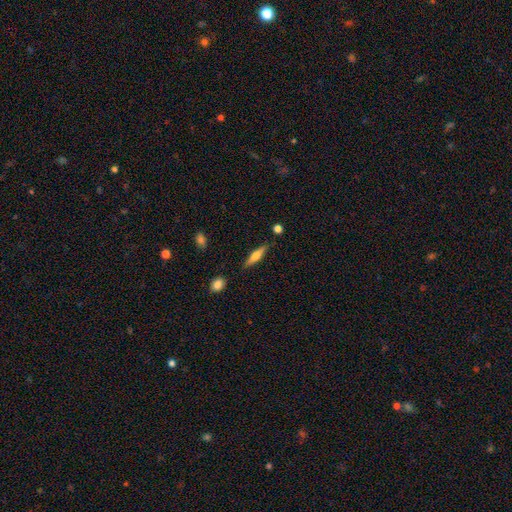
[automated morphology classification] This is possibly a smooth galaxy (48%). Merging: clearly none (86%).